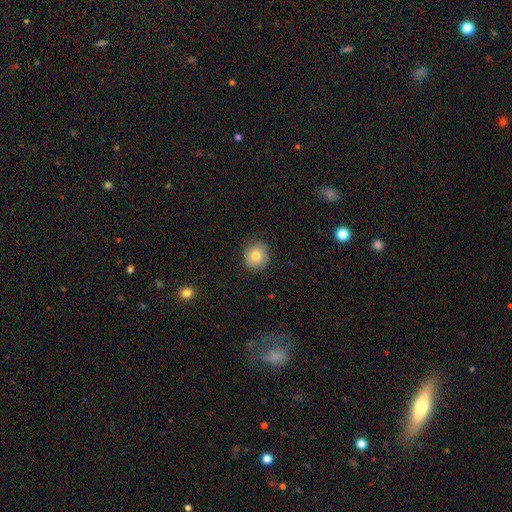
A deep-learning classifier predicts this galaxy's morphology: Q: Smooth or featured?
A: smooth (75%); runner-up: featured or disk (15%)
Q: How rounded?
A: round (88%); runner-up: in between (11%)
Q: Merging?
A: none (84%); runner-up: minor disturbance (12%)